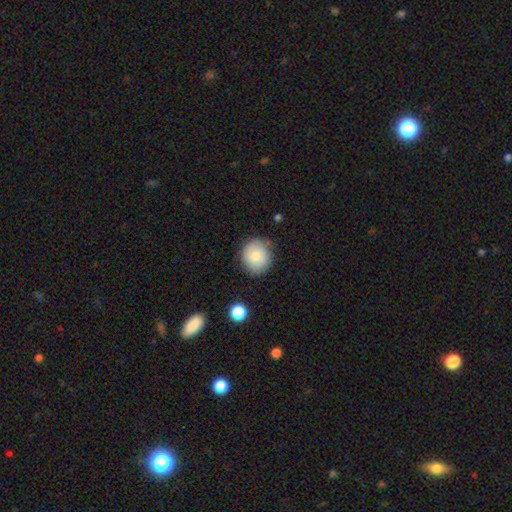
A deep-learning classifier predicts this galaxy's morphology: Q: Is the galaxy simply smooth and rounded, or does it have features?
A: smooth — 78%.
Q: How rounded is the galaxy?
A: round — 86%.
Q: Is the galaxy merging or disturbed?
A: none — 83%.